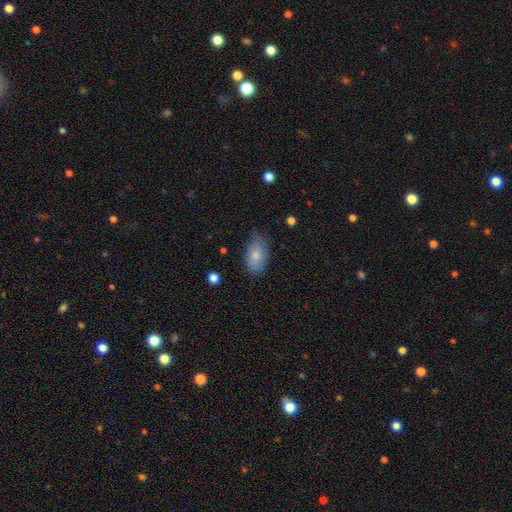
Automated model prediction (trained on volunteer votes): Morphology: type=smooth (80%); roundness=in between (92%); merging=none (70%).